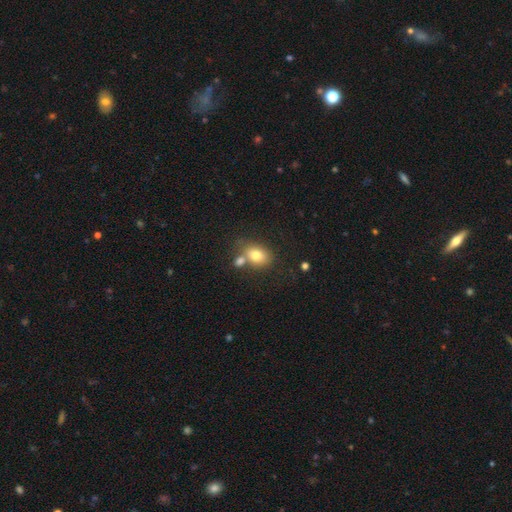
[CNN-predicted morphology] Smooth or featured? smooth (78%)
How rounded? in between (72%)
Merging? none (51%)